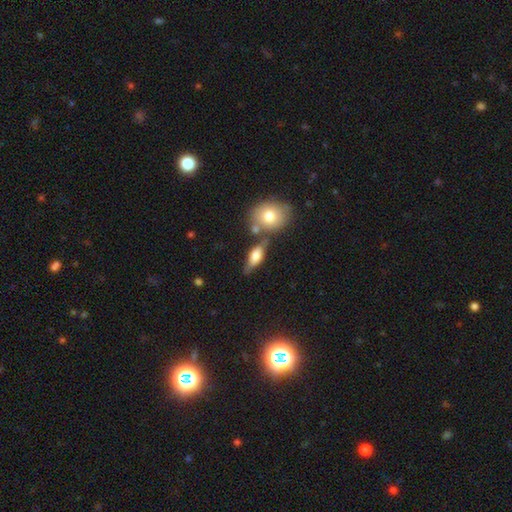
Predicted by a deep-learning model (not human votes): Smooth or featured? smooth (54%)
How rounded? in between (68%)
Merging? none (60%)